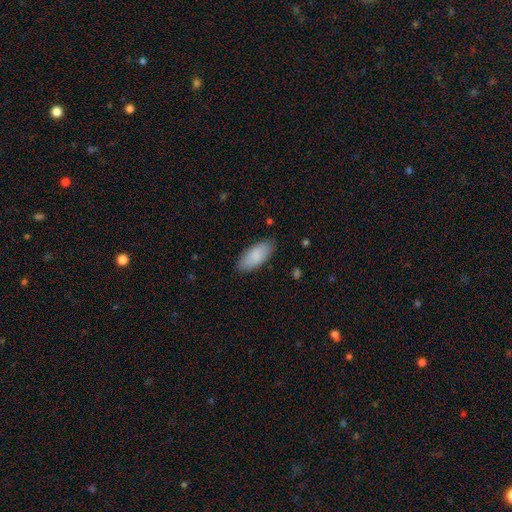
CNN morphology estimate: Smooth or featured: smooth — 87% (featured or disk — 8%)
How rounded: in between — 88% (cigar-shaped — 10%)
Merging: none — 84% (minor disturbance — 12%)